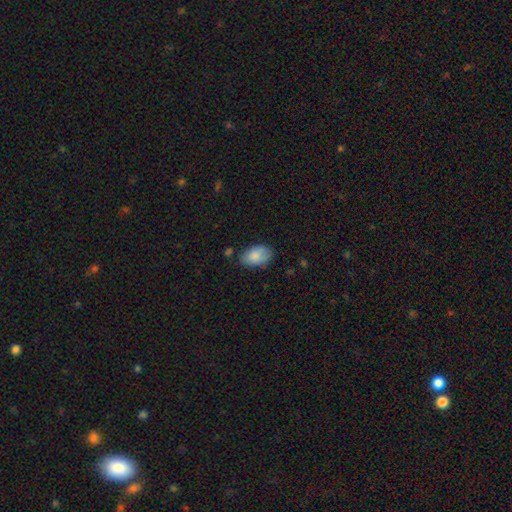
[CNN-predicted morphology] type=smooth (83%); roundness=in between (91%); merging=none (66%).